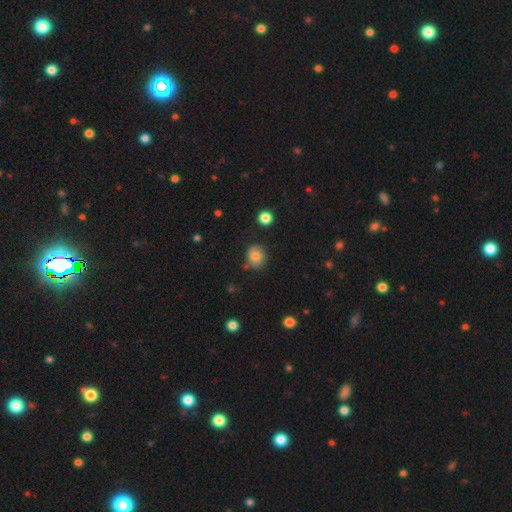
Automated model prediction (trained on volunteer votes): The model was most divided on "how rounded": round: 78%, in between: 21%, cigar-shaped: 1%. More confident: smooth or featured — smooth (82%); merging — none (79%).